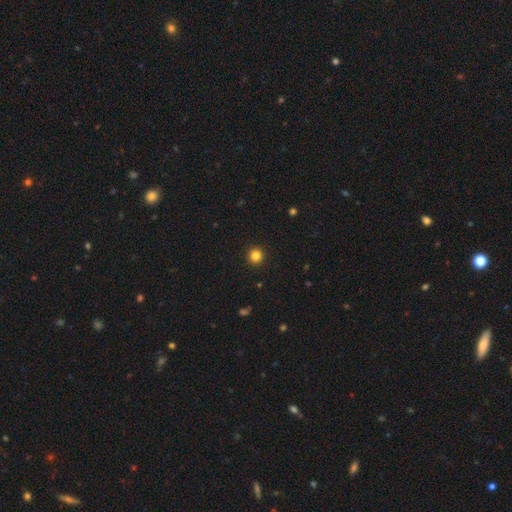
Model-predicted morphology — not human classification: smooth-or-featured: smooth: 84% | star or artifact: 12% | featured or disk: 4%
  how-rounded: round: 95% | in between: 4% | cigar-shaped: 1%
  merging: none: 93% | minor disturbance: 4% | major disturbance: 2% | merger: 1%